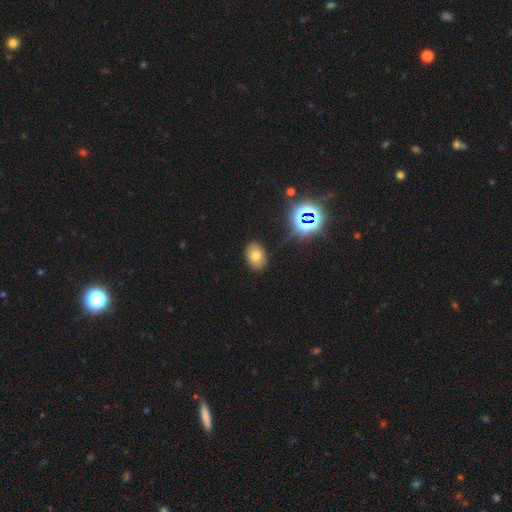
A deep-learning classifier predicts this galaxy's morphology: smooth-or-featured: smooth: 71% | star or artifact: 18% | featured or disk: 12%
  how-rounded: in between: 80% | round: 19% | cigar-shaped: 1%
  merging: none: 86% | minor disturbance: 10% | major disturbance: 3% | merger: 2%